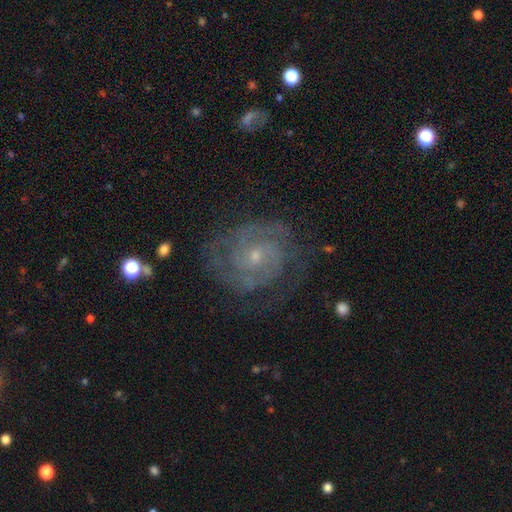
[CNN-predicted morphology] A featured or disk galaxy (86%) with no bar (67%), 2 (49%) tight (65%) spiral arms (96%) and a small central bulge (75%). Merging: none (74%).